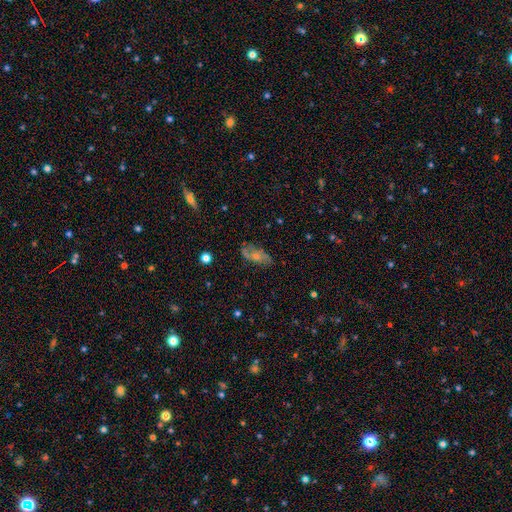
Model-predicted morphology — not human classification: smooth_or_featured: featured or disk (p=0.46) [alt: smooth p=0.43]
merging: none (p=0.65) [alt: minor disturbance p=0.22]